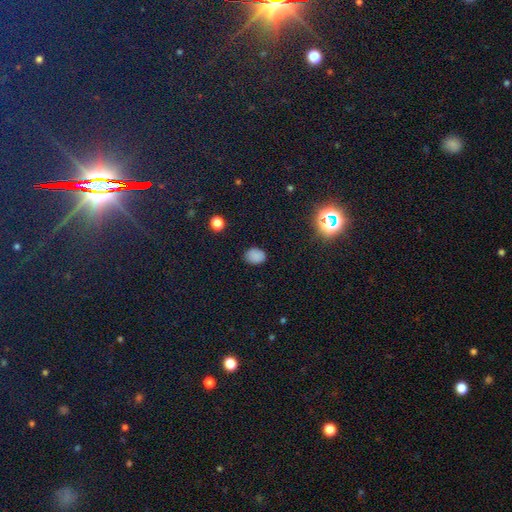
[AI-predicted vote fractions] This appears to be a smooth galaxy with no disk features (83%) that is in between round and cigar-shaped (61%). Merging: none (85%).